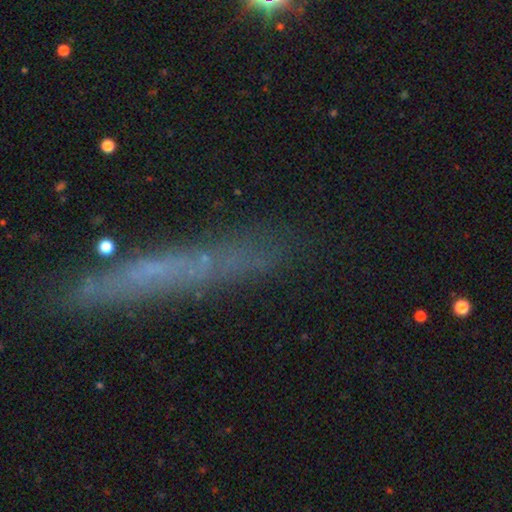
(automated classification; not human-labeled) Overall: smooth (41%; featured or disk 38%). Merging: none (81%).